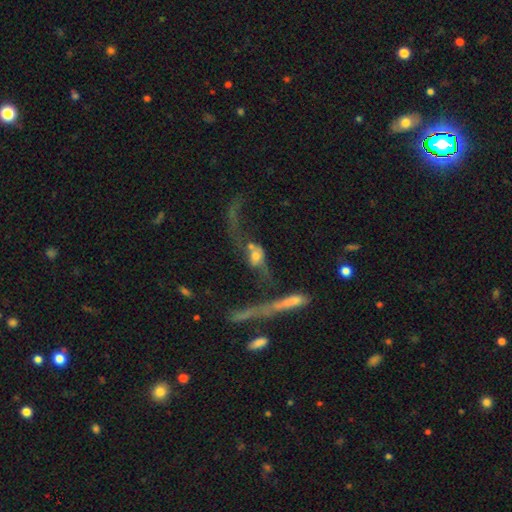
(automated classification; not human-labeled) Q: Smooth or featured?
A: featured or disk (59%); runner-up: smooth (29%)
Q: Edge-on disk?
A: no (75%); runner-up: yes (25%)
Q: Merging?
A: merger (48%); runner-up: major disturbance (26%)